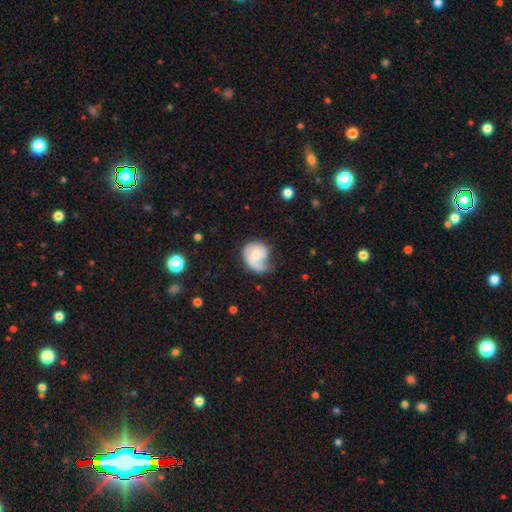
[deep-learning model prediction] Overall: featured or disk (64%; smooth 29%). Edge-on disk: no (98%). Bar: no (70%). Spiral arms: yes (88%). Spiral arm count: 1 (51%; 2 33%). Spiral winding: medium (37%; tight 36%). Bulge size: moderate (49%; small 43%). Merging: none (40%; minor disturbance 33%).